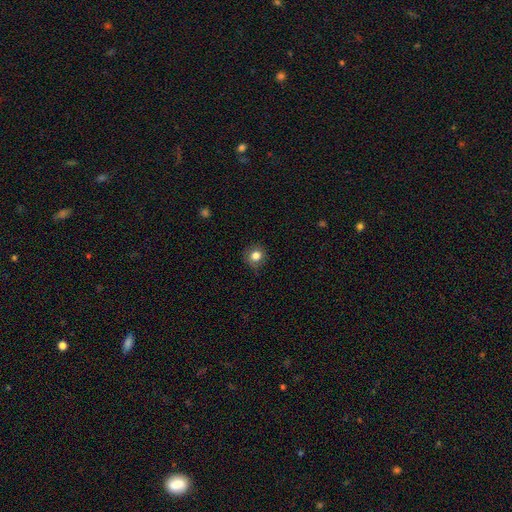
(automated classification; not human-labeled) Morphology: type=smooth (81%); roundness=round (89%); merging=none (83%).